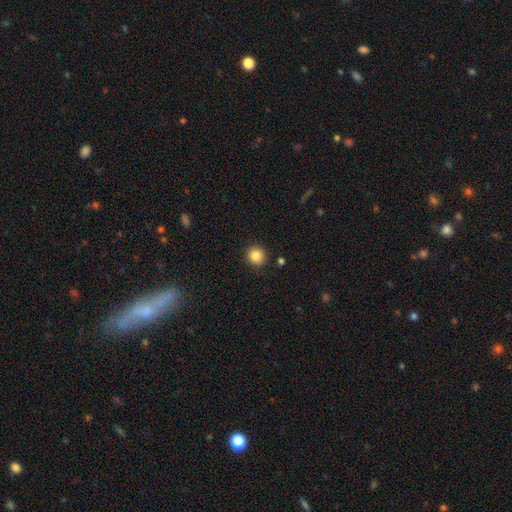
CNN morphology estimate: Smooth or featured? smooth (85%)
How rounded? round (92%)
Merging? none (91%)